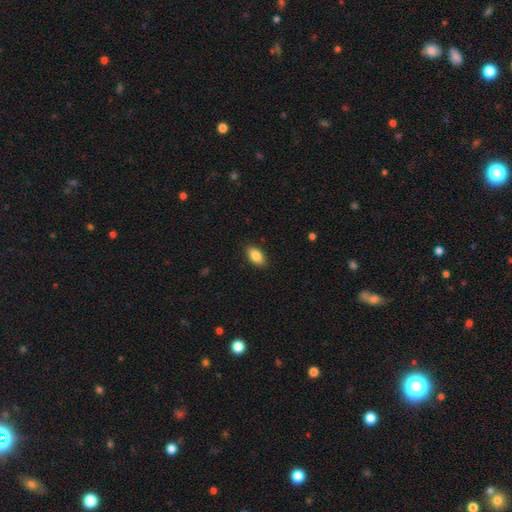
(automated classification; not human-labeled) This appears to be a smooth galaxy with no disk features (86%) that is in between round and cigar-shaped (92%). Merging: none (88%).